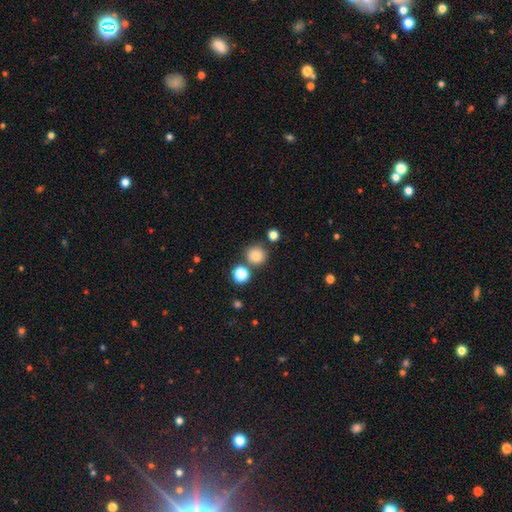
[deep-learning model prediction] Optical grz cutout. It shows a smooth galaxy with no disk features (82%) that is round (92%). Merging: none (78%).